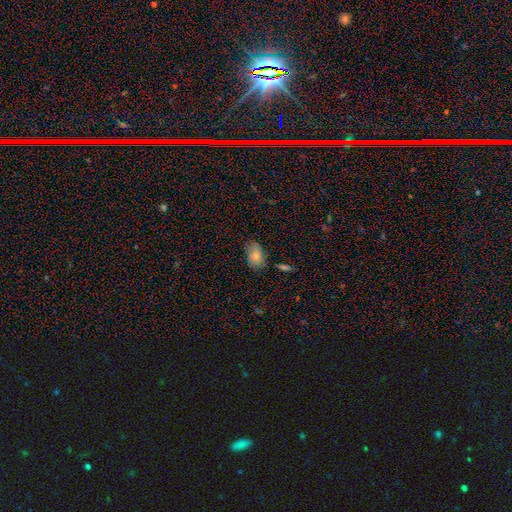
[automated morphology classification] Smooth or featured? smooth (81%)
How rounded? in between (87%)
Merging? none (71%)